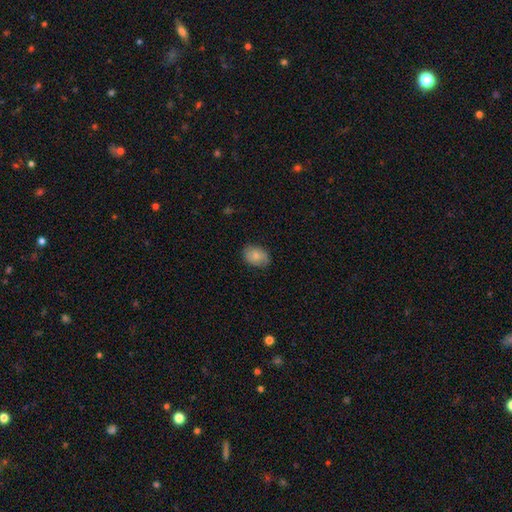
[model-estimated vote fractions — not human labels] Smooth or featured?
  - smooth: 78% *
  - featured or disk: 15%
  - star or artifact: 7%
How rounded?
  - in between: 70% *
  - round: 29%
  - cigar-shaped: 1%
Merging?
  - none: 77% *
  - minor disturbance: 18%
  - major disturbance: 4%
  - merger: 1%